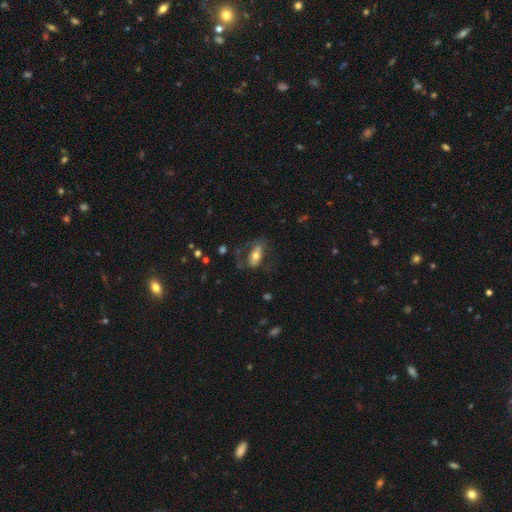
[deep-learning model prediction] Morphology: type=smooth (50%); roundness=in between (85%); merging=none (51%).